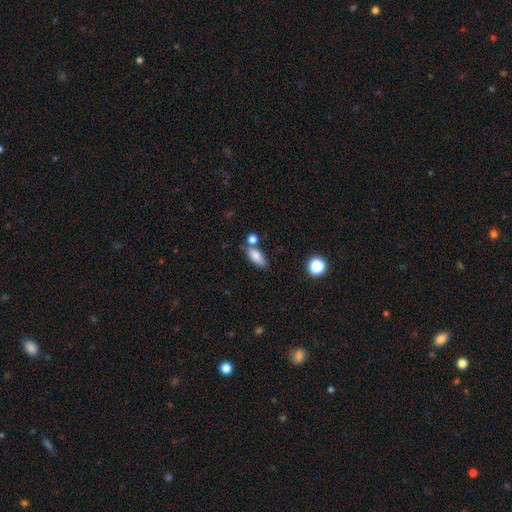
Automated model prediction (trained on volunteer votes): The model was most divided on "merging": none: 58%, merger: 21%, minor disturbance: 16%, major disturbance: 5%. More confident: smooth or featured — smooth (83%); how rounded — in between (80%).